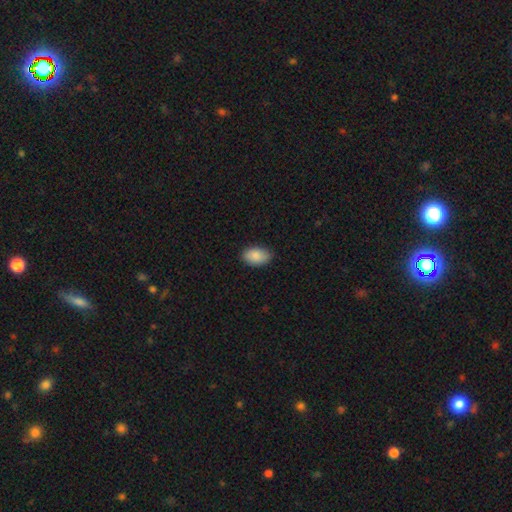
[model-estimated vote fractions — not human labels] Morphology: type=smooth (88%); roundness=in between (91%); merging=none (83%).